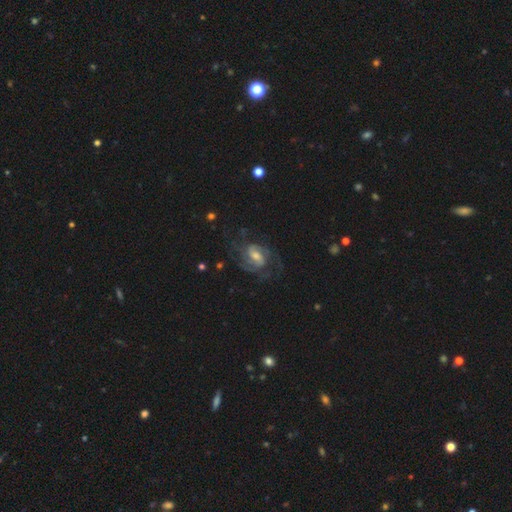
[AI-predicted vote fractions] Smooth or featured? Predicted: featured or disk (p=0.80). Edge-on disk? Predicted: no (p=0.97). Bar? Predicted: weak (p=0.53). Spiral arms? Predicted: yes (p=0.94). Spiral winding? Predicted: medium (p=0.49). Spiral arm count? Predicted: 2 (p=0.51). Bulge size? Predicted: moderate (p=0.51). Merging? Predicted: none (p=0.65).